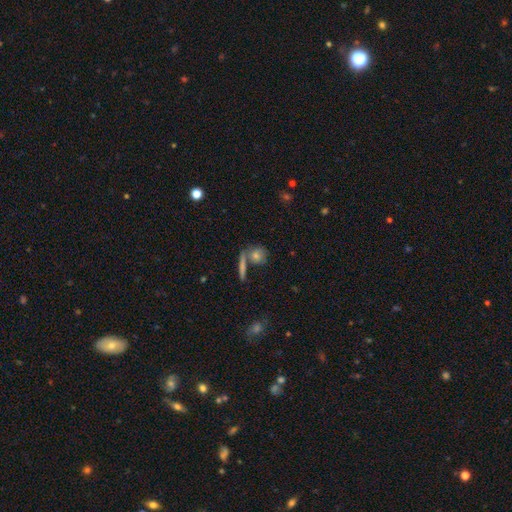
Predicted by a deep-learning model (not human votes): The model was most divided on "smooth or featured": smooth: 61%, featured or disk: 24%, star or artifact: 15%. More confident: how rounded — round (65%); merging — none (65%).